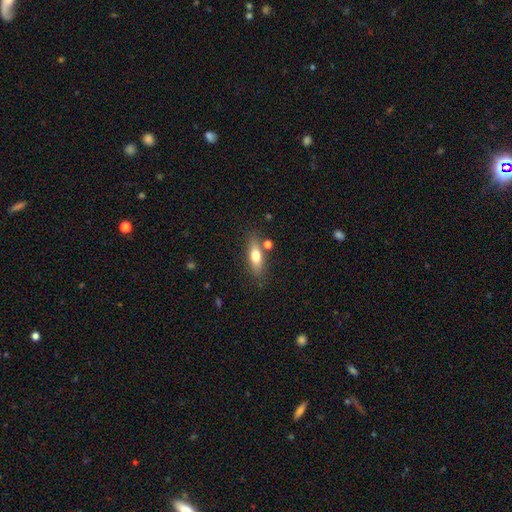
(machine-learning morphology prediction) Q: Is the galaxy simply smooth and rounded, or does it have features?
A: smooth — 66%.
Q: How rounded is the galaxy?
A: in between — 59%.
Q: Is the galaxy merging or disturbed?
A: none — 75%.